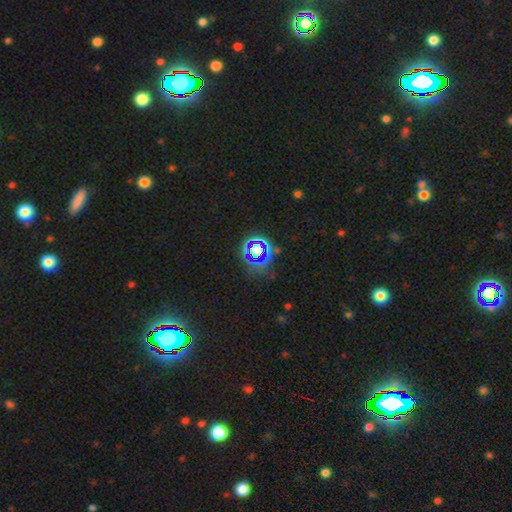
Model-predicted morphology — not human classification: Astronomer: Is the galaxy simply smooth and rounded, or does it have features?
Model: star or artifact — 71%.